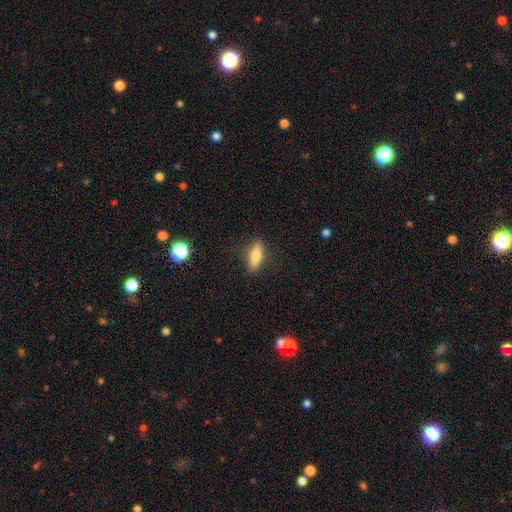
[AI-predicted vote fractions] A smooth galaxy with no disk features (77%) that is in between round and cigar-shaped (54%). Merging: none (85%).